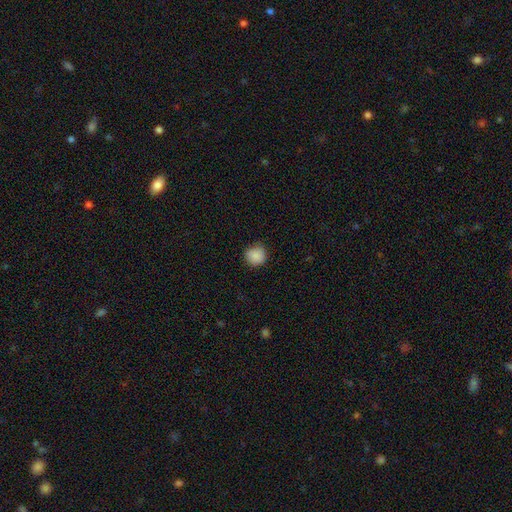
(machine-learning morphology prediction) This appears to be a smooth galaxy with no disk features (88%) that is round (91%). Merging: none (81%).